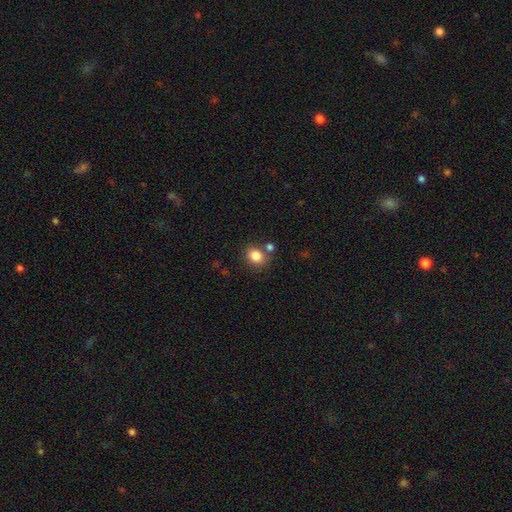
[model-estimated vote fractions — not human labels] Smooth or featured? Predicted: smooth (p=0.84). How rounded? Predicted: round (p=0.72). Merging? Predicted: none (p=0.73).